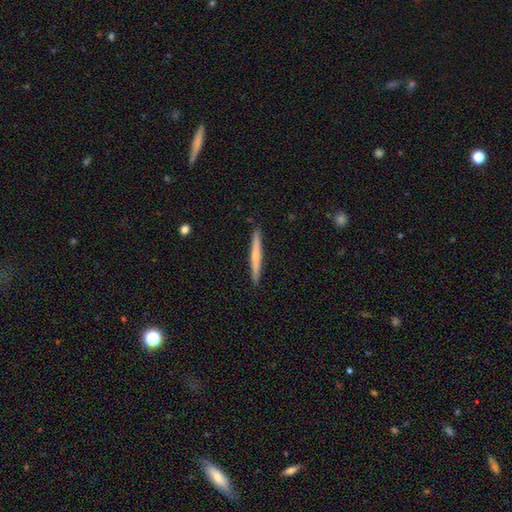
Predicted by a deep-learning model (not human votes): Q: Smooth or featured?
A: smooth (48%); runner-up: featured or disk (46%)
Q: Merging?
A: none (92%); runner-up: minor disturbance (6%)